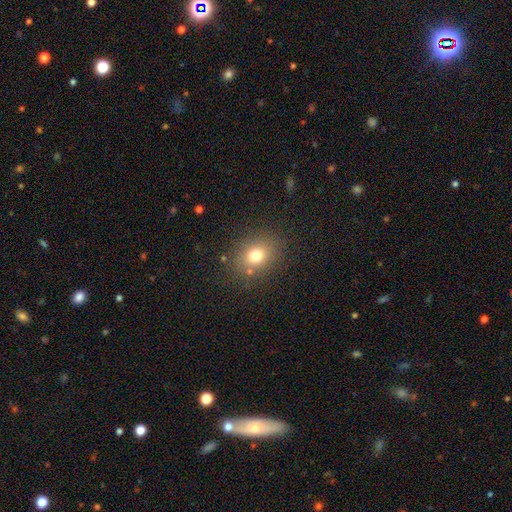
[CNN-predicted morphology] The model was most divided on "how rounded": round: 51%, in between: 48%, cigar-shaped: 1%. More confident: merging — none (82%); smooth or featured — smooth (75%).